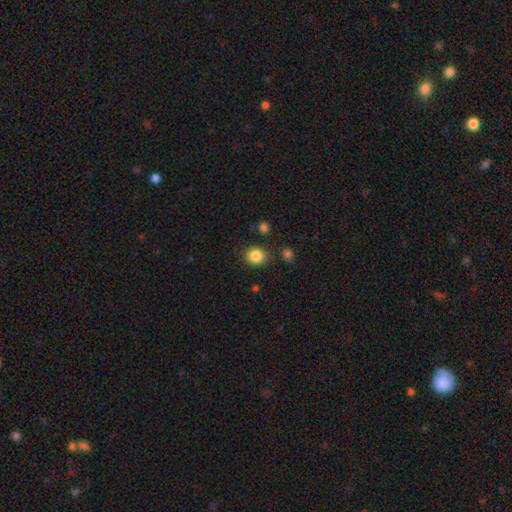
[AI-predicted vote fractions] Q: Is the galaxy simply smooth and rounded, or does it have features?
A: smooth — 86%.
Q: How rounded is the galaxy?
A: round — 78%.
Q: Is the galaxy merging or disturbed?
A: none — 85%.